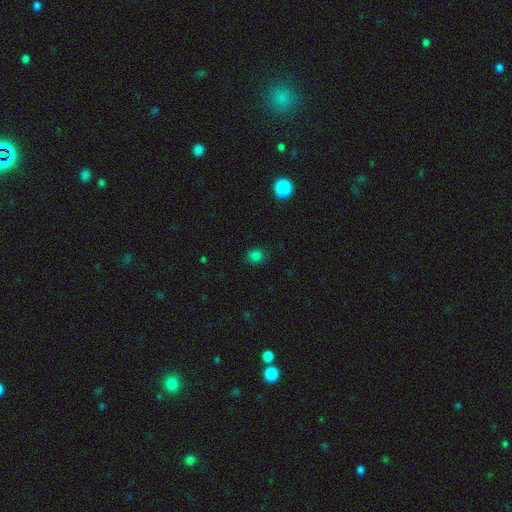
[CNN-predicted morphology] Q: Smooth or featured?
A: smooth (80%); runner-up: star or artifact (16%)
Q: How rounded?
A: round (77%); runner-up: in between (22%)
Q: Merging?
A: none (87%); runner-up: minor disturbance (9%)